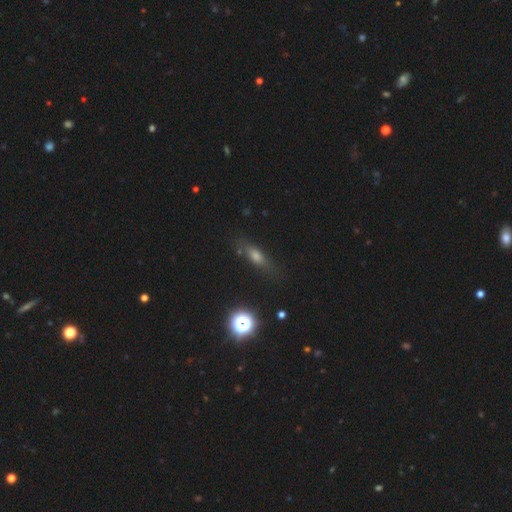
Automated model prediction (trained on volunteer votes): Smooth or featured: smooth — 54% (featured or disk — 25%)
How rounded: cigar-shaped — 48% (in between — 43%)
Merging: none — 76% (minor disturbance — 16%)